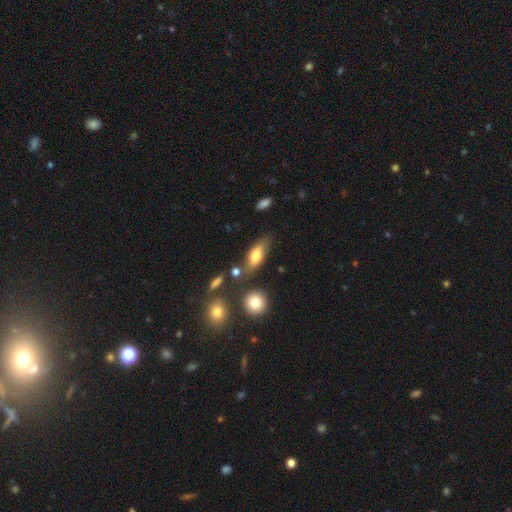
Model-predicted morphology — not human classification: smooth 70%, featured or disk 23%, star or artifact 8%. Down the decision tree: how rounded — in between (74%); merging — none (66%).